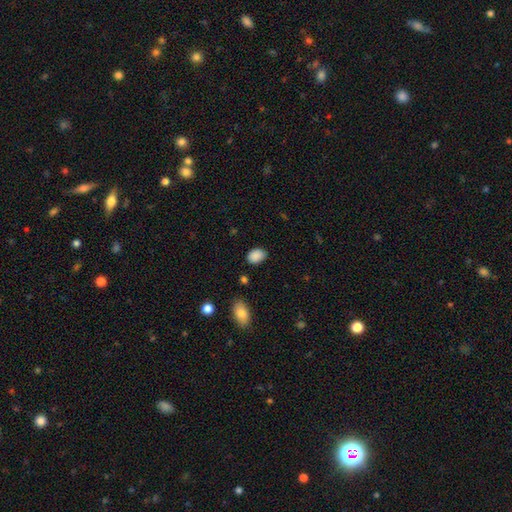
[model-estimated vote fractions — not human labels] This is clearly a smooth galaxy (89%). How rounded: clearly in between (81%). Merging: clearly none (82%).